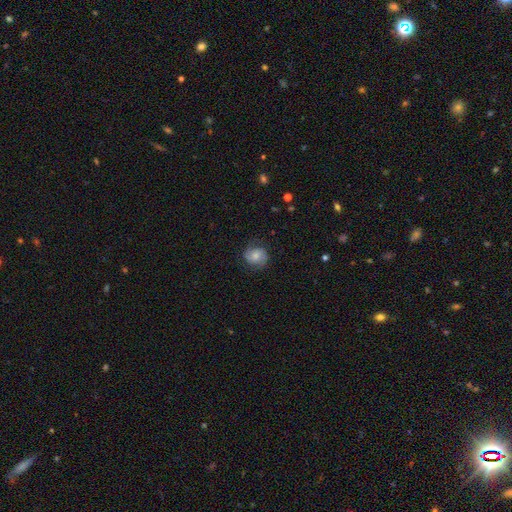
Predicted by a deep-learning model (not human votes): smooth_or_featured: featured or disk (p=0.53) [alt: smooth p=0.38]
disk_edge_on: no (p=0.97) [alt: yes p=0.03]
bar: no (p=0.63) [alt: weak p=0.31]
has_spiral_arms: yes (p=0.90) [alt: no p=0.10]
bulge_size: moderate (p=0.45) [alt: small p=0.40]
merging: none (p=0.75) [alt: minor disturbance p=0.17]